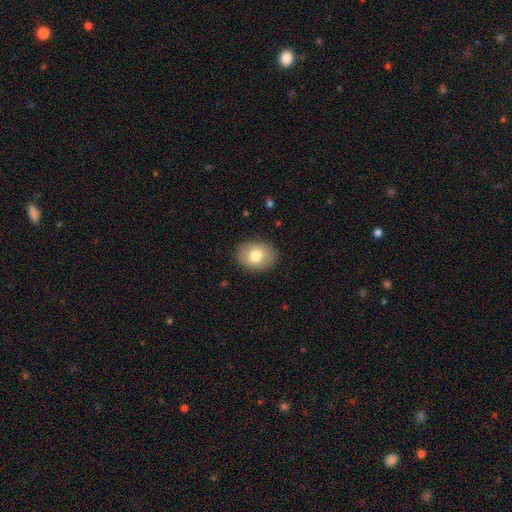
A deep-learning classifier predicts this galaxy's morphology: A smooth galaxy with no disk features (78%) that is in between round and cigar-shaped (70%).

Vote fractions:
- Smooth or featured? smooth: 78% / featured or disk: 13% / star or artifact: 8%
- How rounded? in between: 70% / round: 29% / cigar-shaped: 1%
- Merging? none: 88% / minor disturbance: 9% / major disturbance: 2% / merger: 1%